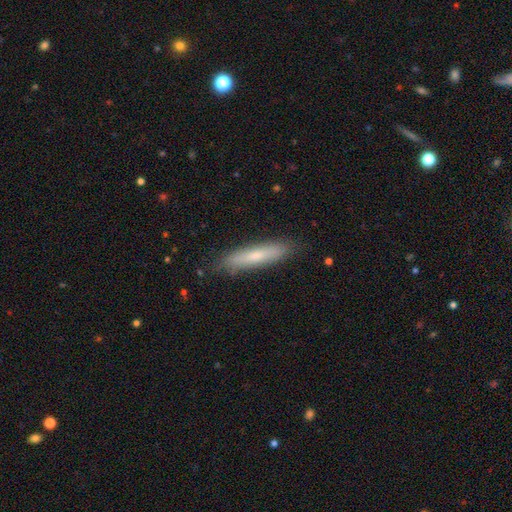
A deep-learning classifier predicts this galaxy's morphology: The model was most divided on "smooth or featured": smooth: 63%, featured or disk: 30%, star or artifact: 6%. More confident: how rounded — cigar-shaped (87%); merging — none (86%).